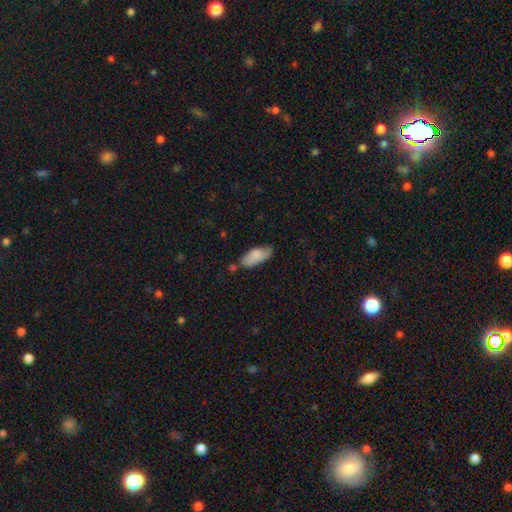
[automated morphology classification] smooth 78%, featured or disk 15%, star or artifact 7%. Down the decision tree: how rounded — in between (82%); merging — none (58%).